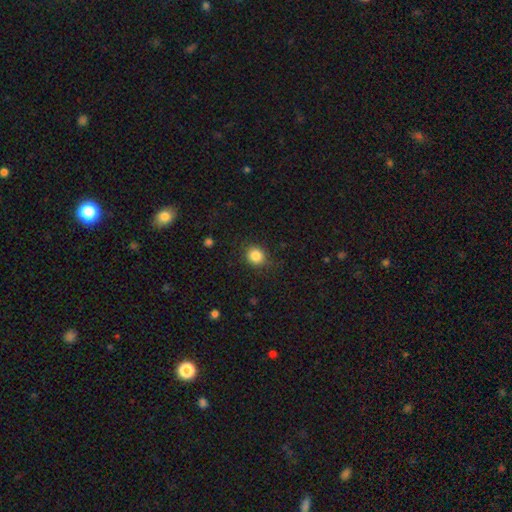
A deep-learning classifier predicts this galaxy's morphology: Q: Smooth or featured?
A: smooth (85%); runner-up: star or artifact (10%)
Q: How rounded?
A: round (81%); runner-up: in between (18%)
Q: Merging?
A: none (85%); runner-up: minor disturbance (11%)